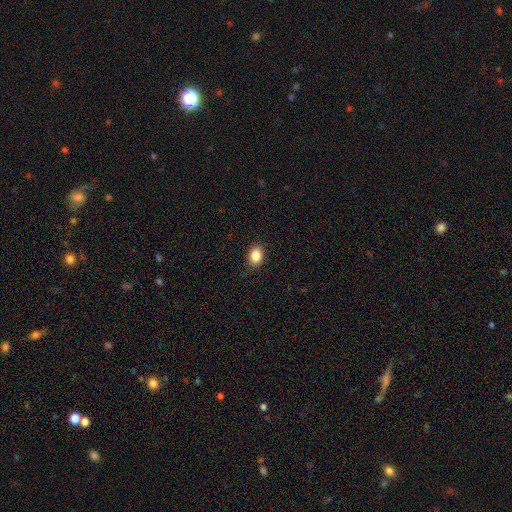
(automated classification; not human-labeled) Smooth or featured: smooth — 86% (star or artifact — 9%)
How rounded: in between — 72% (round — 27%)
Merging: none — 88% (minor disturbance — 9%)